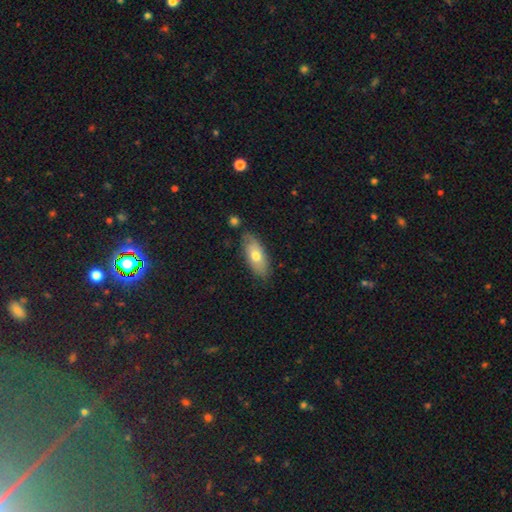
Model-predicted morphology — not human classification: type=smooth (69%); roundness=in between (84%); merging=none (77%).